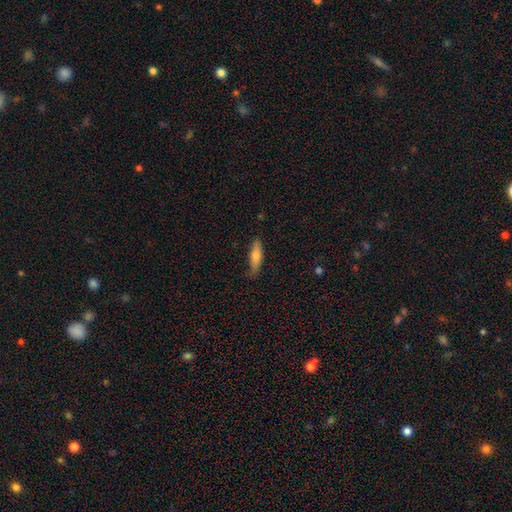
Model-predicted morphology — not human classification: smooth-or-featured: smooth: 74% | featured or disk: 20% | star or artifact: 6%
  how-rounded: cigar-shaped: 65% | in between: 33% | round: 2%
  merging: none: 78% | minor disturbance: 17% | major disturbance: 3% | merger: 1%